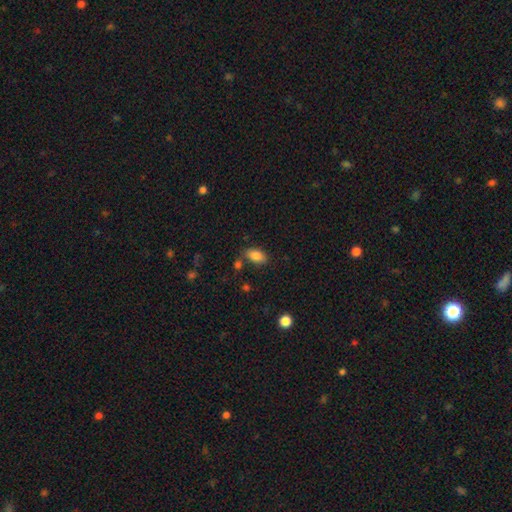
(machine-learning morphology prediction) Smooth or featured: smooth — 85% (star or artifact — 9%)
How rounded: in between — 91% (round — 6%)
Merging: none — 75% (minor disturbance — 14%)